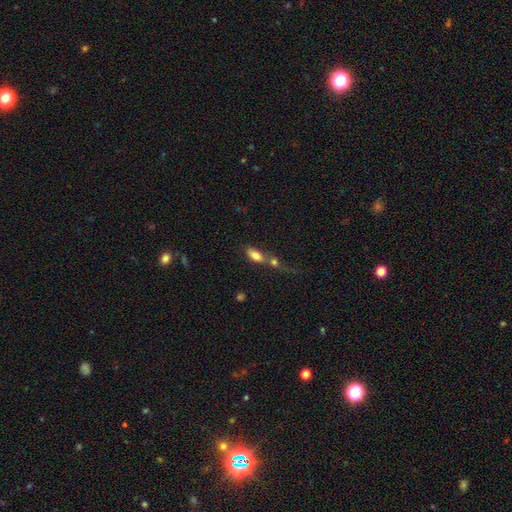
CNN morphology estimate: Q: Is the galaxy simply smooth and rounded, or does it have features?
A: smooth — 78%.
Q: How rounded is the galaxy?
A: in between — 83%.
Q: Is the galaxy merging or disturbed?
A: merger — 57%.